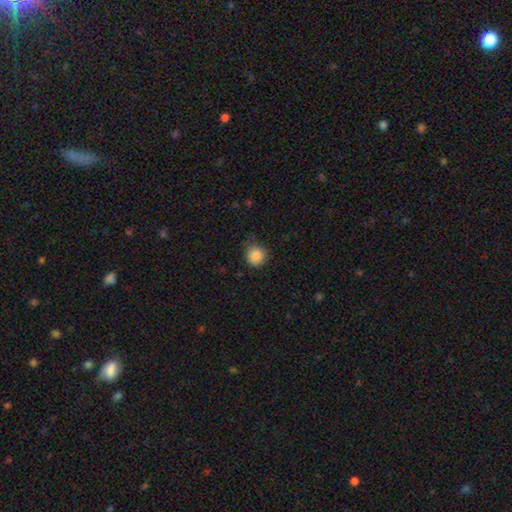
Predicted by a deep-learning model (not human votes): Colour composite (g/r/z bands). It shows a smooth galaxy with no disk features (86%) that is round (92%). Merging: none (80%).